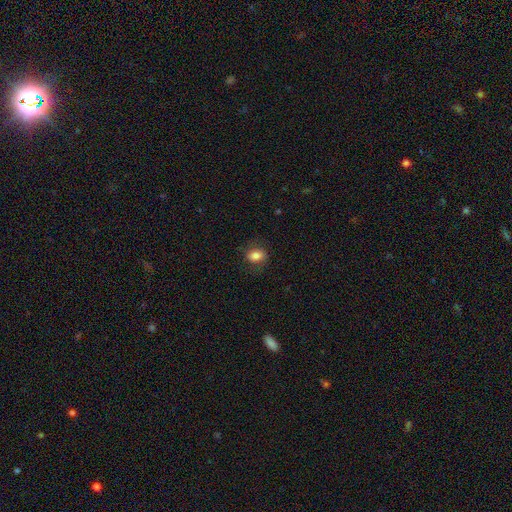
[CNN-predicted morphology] A smooth galaxy with no disk features (80%) that is in between round and cigar-shaped (63%). Merging: none (76%).